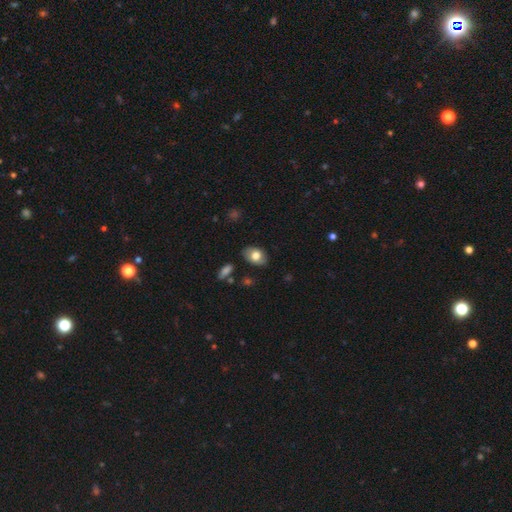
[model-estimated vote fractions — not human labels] smooth 72%, featured or disk 21%, star or artifact 7%. Down the decision tree: how rounded — in between (84%); merging — none (81%).